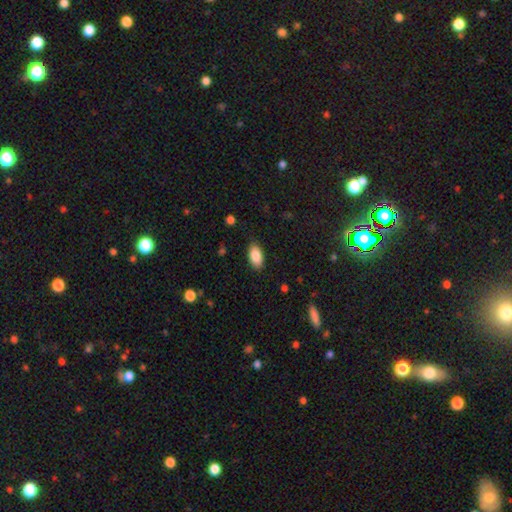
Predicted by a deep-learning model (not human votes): smooth 87%, star or artifact 7%, featured or disk 6%. Down the decision tree: how rounded — in between (94%); merging — none (85%).